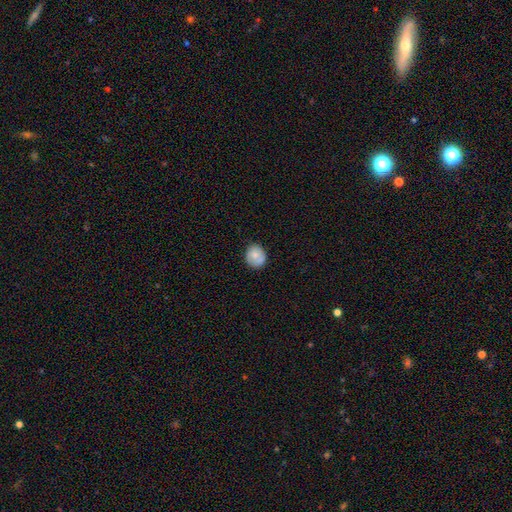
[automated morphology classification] A smooth galaxy with no disk features (76%) that is round (78%). Merging: none (81%).